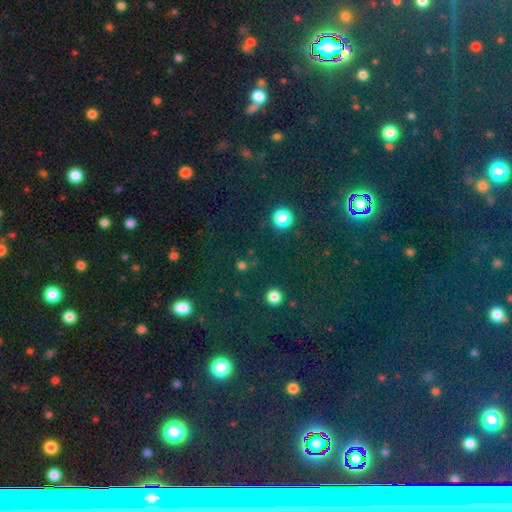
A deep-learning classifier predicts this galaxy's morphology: Smooth or featured: star or artifact — 76% (smooth — 14%)